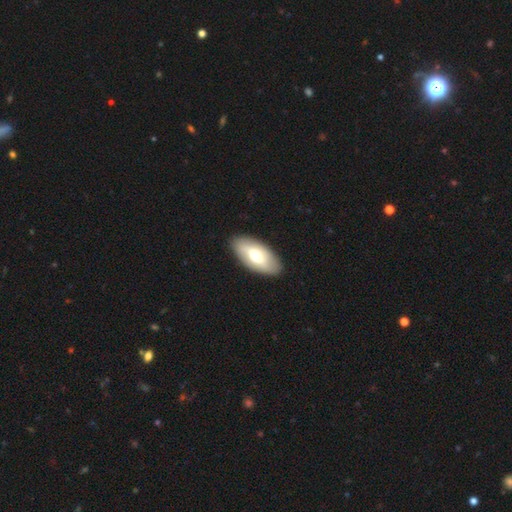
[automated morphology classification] Smooth or featured?
  - smooth: 60% *
  - featured or disk: 35%
  - star or artifact: 5%
How rounded?
  - in between: 92% *
  - cigar-shaped: 5%
  - round: 2%
Merging?
  - none: 89% *
  - minor disturbance: 8%
  - major disturbance: 2%
  - merger: 1%